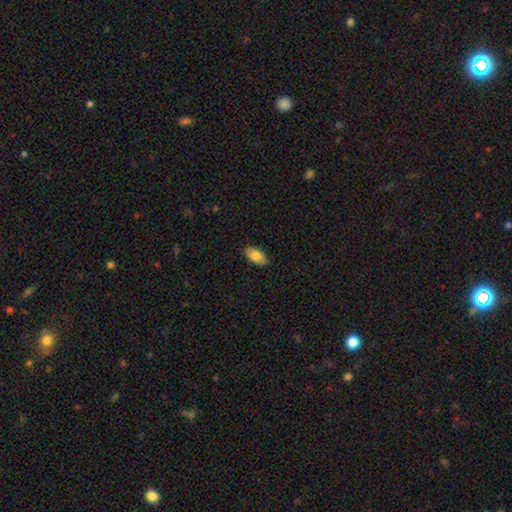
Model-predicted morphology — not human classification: A smooth galaxy with no disk features (83%) that is in between round and cigar-shaped (94%). Merging: none (88%).